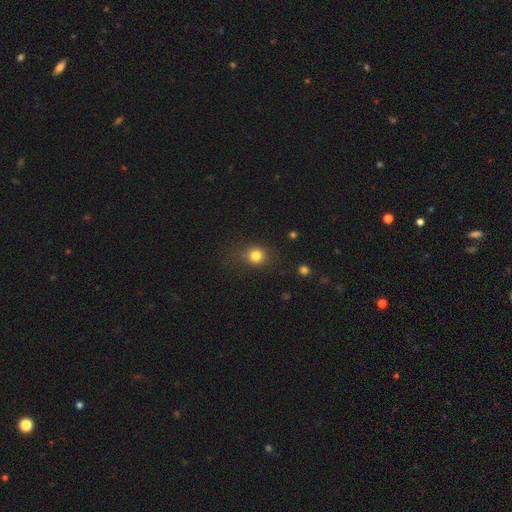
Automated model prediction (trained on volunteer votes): Smooth or featured? Predicted: smooth (p=0.81). How rounded? Predicted: round (p=0.83). Merging? Predicted: none (p=0.75).